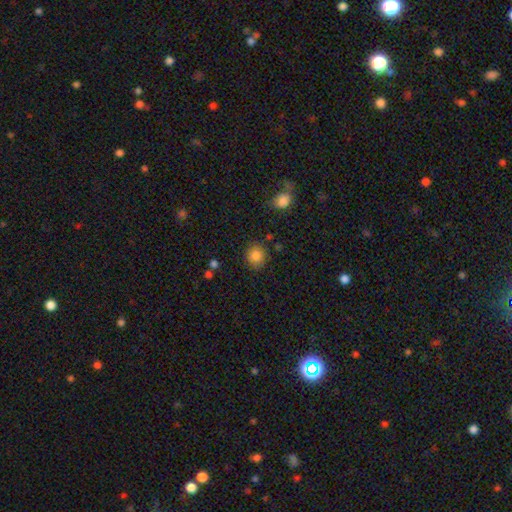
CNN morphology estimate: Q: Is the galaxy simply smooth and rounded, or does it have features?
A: smooth — 84%.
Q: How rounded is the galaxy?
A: round — 81%.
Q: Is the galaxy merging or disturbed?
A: none — 83%.